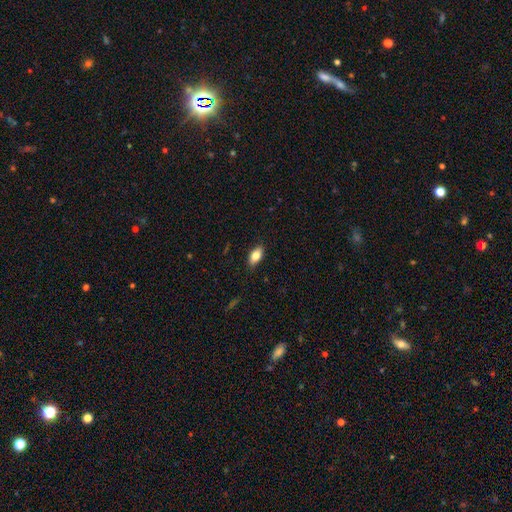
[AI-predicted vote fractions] A smooth galaxy with no disk features (80%) that is in between round and cigar-shaped (89%).

Vote fractions:
- Smooth or featured? smooth: 80% / featured or disk: 12% / star or artifact: 7%
- How rounded? in between: 89% / cigar-shaped: 5% / round: 5%
- Merging? none: 87% / minor disturbance: 10% / major disturbance: 2% / merger: 1%